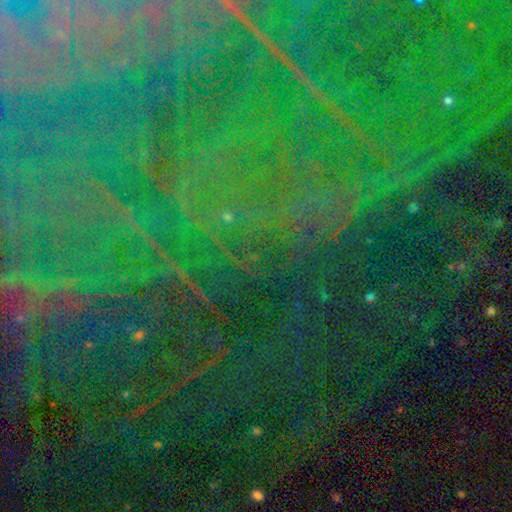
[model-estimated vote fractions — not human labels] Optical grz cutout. It shows a star or artifact, not a galaxy (86%).